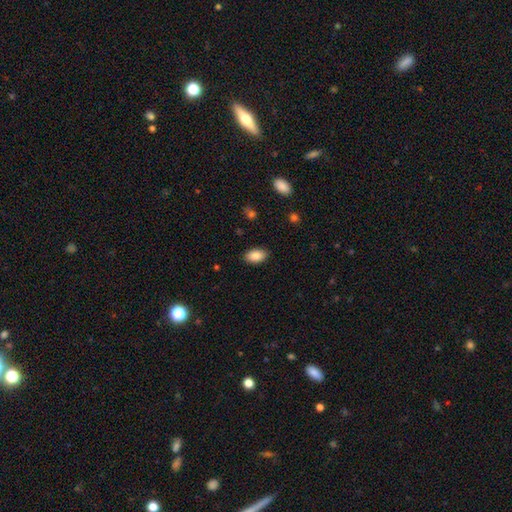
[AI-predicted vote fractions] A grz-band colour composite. It shows a smooth galaxy with no disk features (85%) that is in between round and cigar-shaped (93%). Merging: none (88%).